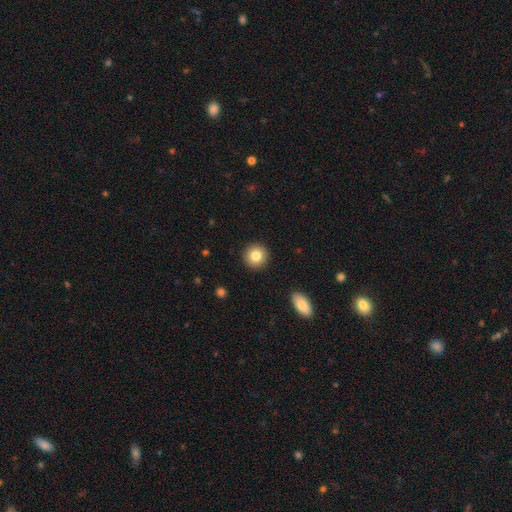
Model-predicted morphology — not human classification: The model was most divided on "smooth or featured": smooth: 82%, star or artifact: 9%, featured or disk: 9%. More confident: how rounded — round (94%); merging — none (92%).